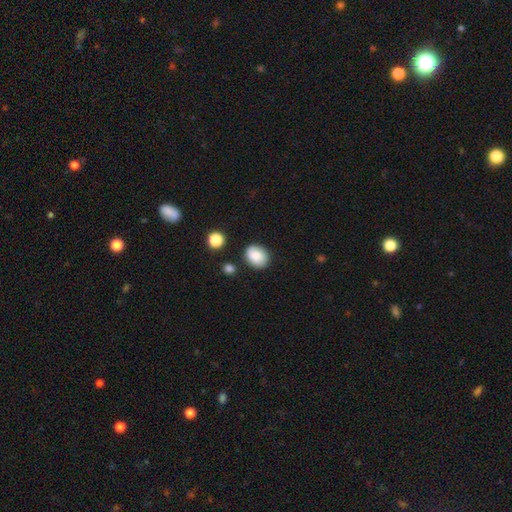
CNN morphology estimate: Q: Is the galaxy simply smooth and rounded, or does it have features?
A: smooth — 82%.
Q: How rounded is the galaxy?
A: in between — 56%.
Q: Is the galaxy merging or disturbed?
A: none — 81%.